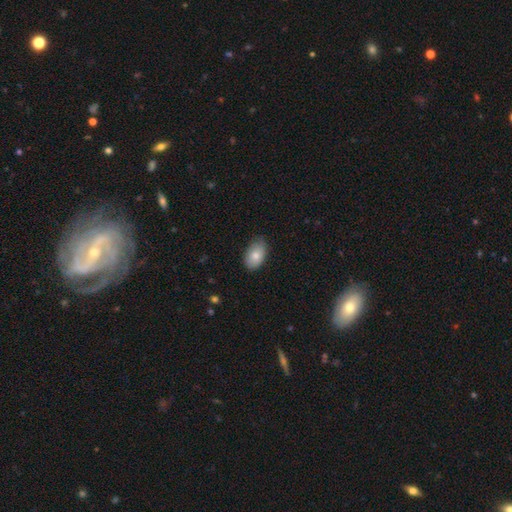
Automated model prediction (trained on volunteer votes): smooth 81%, featured or disk 12%, star or artifact 7%. Down the decision tree: how rounded — in between (92%); merging — none (74%).